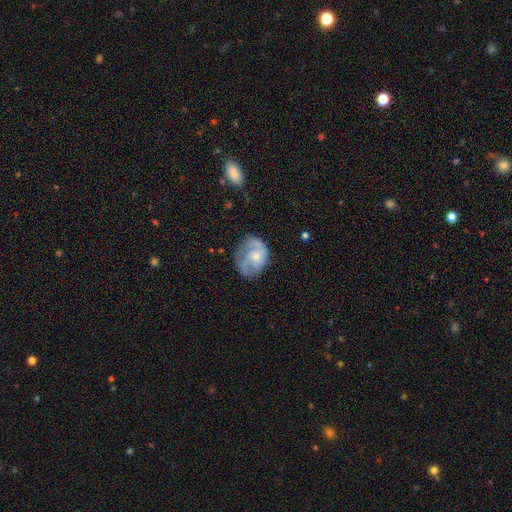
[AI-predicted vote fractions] smooth_or_featured: featured or disk (p=0.65) [alt: smooth p=0.29]
disk_edge_on: no (p=0.97) [alt: yes p=0.03]
bar: no (p=0.72) [alt: weak p=0.24]
has_spiral_arms: yes (p=0.83) [alt: no p=0.17]
spiral_winding: medium (p=0.45) [alt: tight p=0.32]
spiral_arm_count: 2 (p=0.48) [alt: can't tell p=0.22]
bulge_size: small (p=0.50) [alt: moderate p=0.42]
merging: none (p=0.58) [alt: minor disturbance p=0.25]